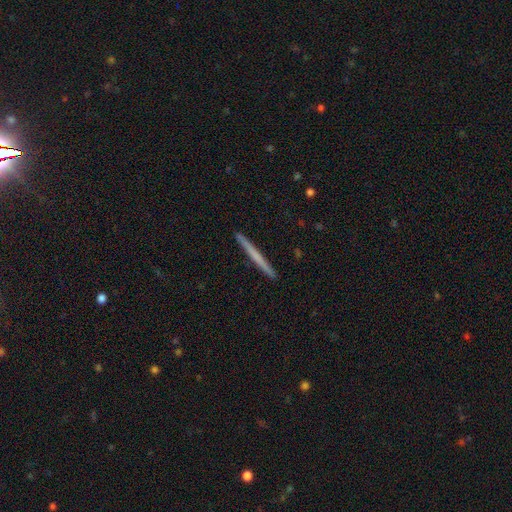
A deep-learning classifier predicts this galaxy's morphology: A smooth galaxy with no disk features (53%) that is cigar-shaped (97%). Merging: none (93%).